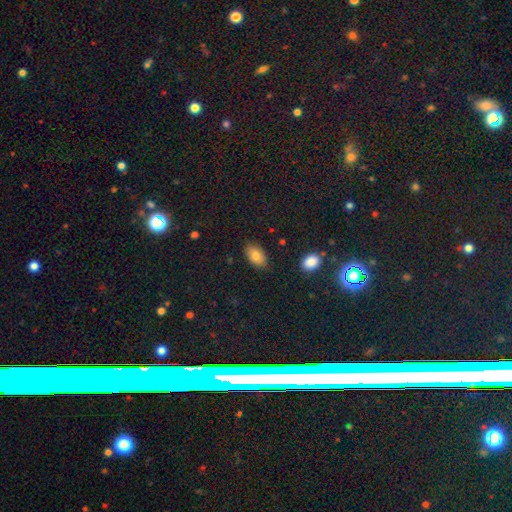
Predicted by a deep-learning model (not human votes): Smooth or featured?
  - smooth: 84% *
  - featured or disk: 8%
  - star or artifact: 8%
How rounded?
  - in between: 91% *
  - round: 7%
  - cigar-shaped: 2%
Merging?
  - none: 83% *
  - minor disturbance: 12%
  - major disturbance: 3%
  - merger: 2%